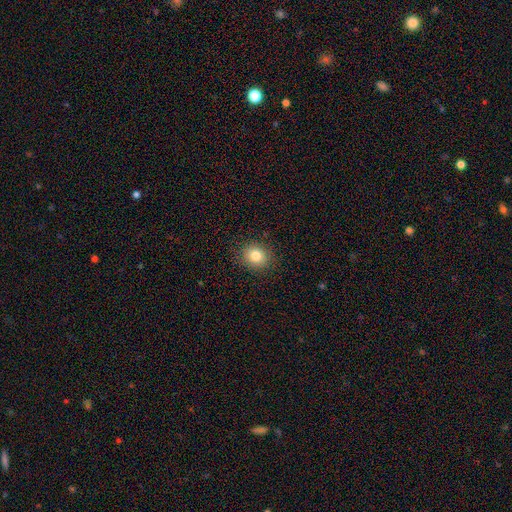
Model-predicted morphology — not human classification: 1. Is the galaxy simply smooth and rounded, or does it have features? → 81% smooth, 11% star or artifact, 8% featured or disk.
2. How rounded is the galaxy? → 71% round, 28% in between, 1% cigar-shaped.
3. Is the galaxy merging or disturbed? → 89% none, 8% minor disturbance, 2% major disturbance, 1% merger.